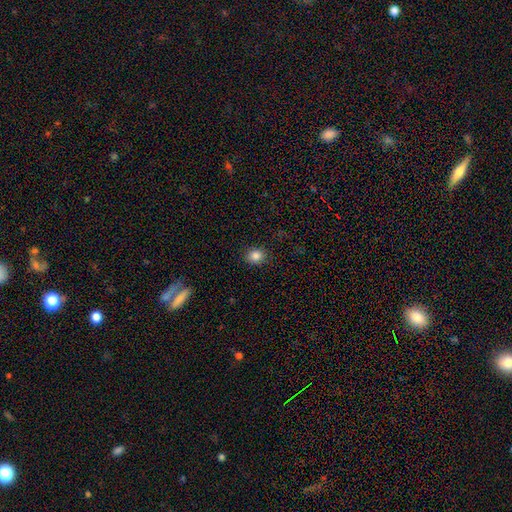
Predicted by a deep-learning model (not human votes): Smooth or featured: smooth — 84% (star or artifact — 11%)
How rounded: round — 72% (in between — 27%)
Merging: none — 89% (minor disturbance — 7%)